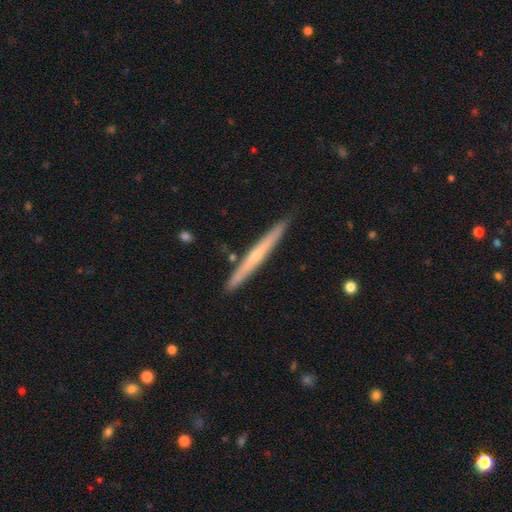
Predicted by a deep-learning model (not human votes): Smooth or featured? featured or disk (58%)
Edge-on disk? yes (96%)
Edge-on bulge? none (50%)
Merging? none (88%)